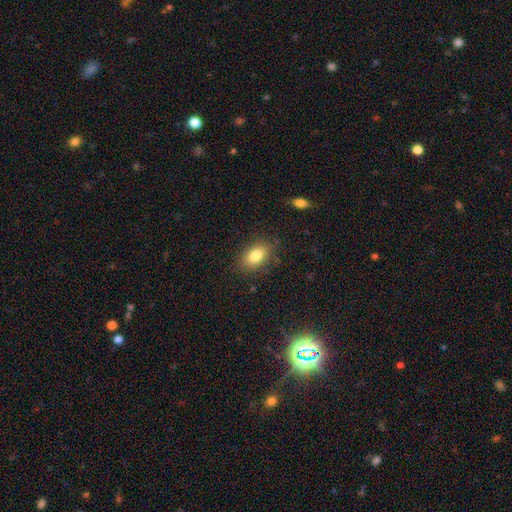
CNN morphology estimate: Q: Smooth or featured?
A: smooth (82%); runner-up: featured or disk (9%)
Q: How rounded?
A: in between (87%); runner-up: round (11%)
Q: Merging?
A: none (84%); runner-up: minor disturbance (12%)